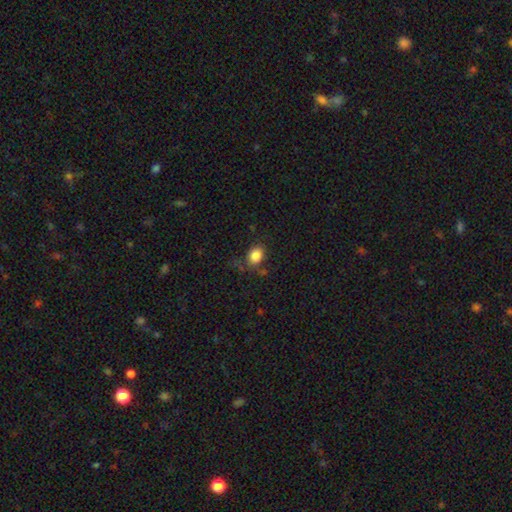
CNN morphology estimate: smooth_or_featured: smooth (p=0.84) [alt: star or artifact p=0.10]
how_rounded: in between (p=0.57) [alt: round p=0.42]
merging: none (p=0.71) [alt: minor disturbance p=0.18]